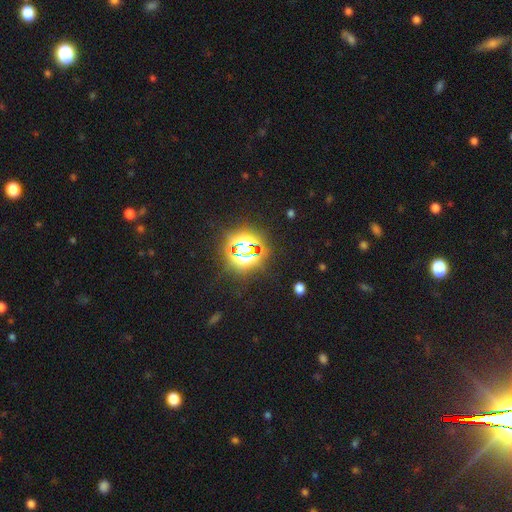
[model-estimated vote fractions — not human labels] Morphology: type=star or artifact (83%).